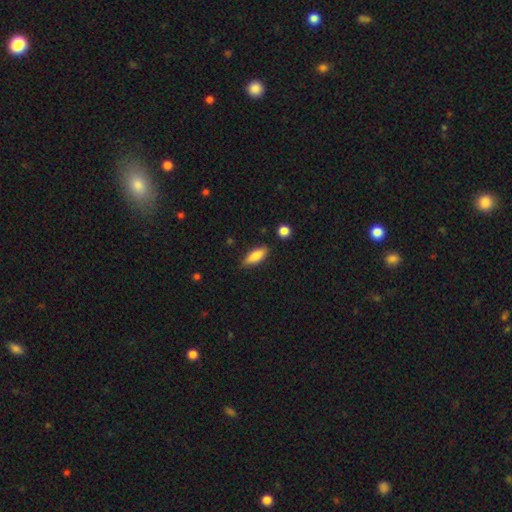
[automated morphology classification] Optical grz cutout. It shows a smooth galaxy with no disk features (76%) that is in between round and cigar-shaped (65%). Merging: none (80%).